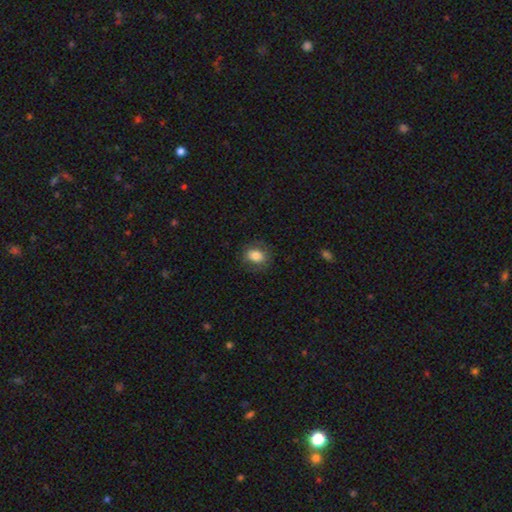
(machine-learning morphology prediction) A smooth galaxy with no disk features (79%) that is in between round and cigar-shaped (58%). Merging: none (79%).